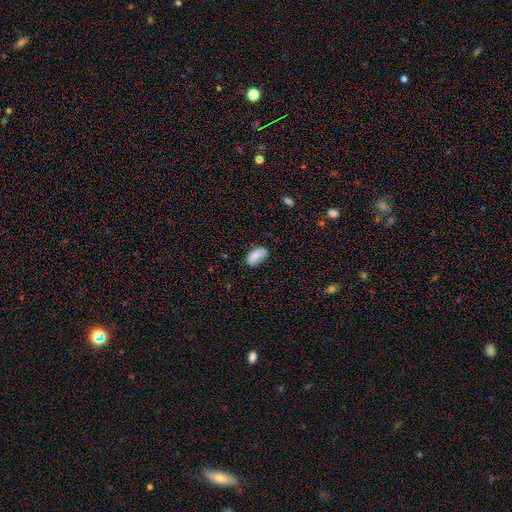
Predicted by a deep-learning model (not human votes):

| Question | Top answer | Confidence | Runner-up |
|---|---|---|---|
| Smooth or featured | smooth | 82% | featured or disk (10%) |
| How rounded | in between | 93% | round (4%) |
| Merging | none | 73% | minor disturbance (21%) |